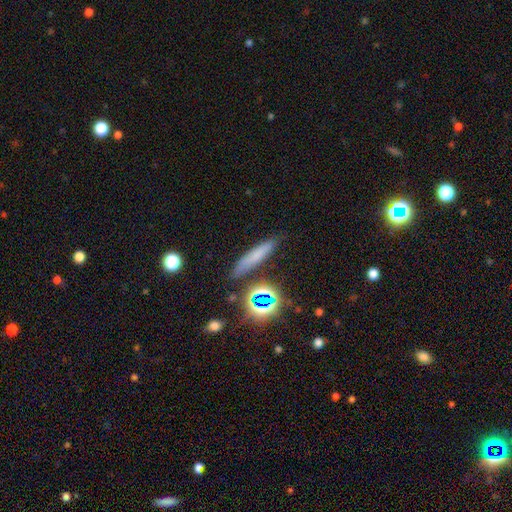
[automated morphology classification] This appears to be a smooth galaxy with no disk features (64%) that is cigar-shaped (83%). Merging: none (81%).